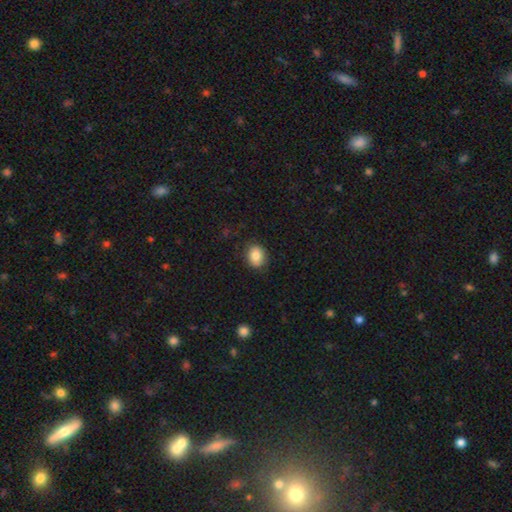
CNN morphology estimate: This appears to be a smooth galaxy with no disk features (85%) that is round (51%). Merging: none (82%).